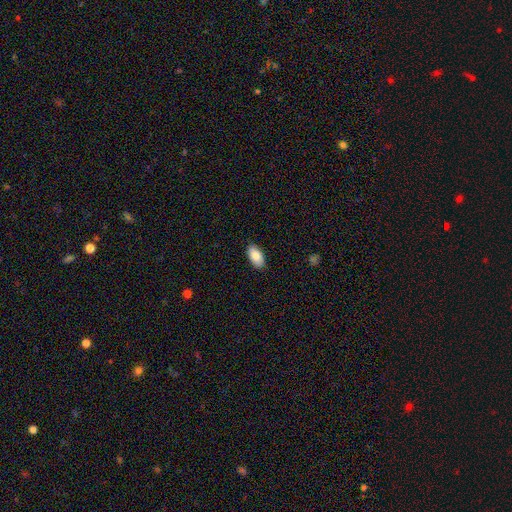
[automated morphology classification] This is clearly a smooth galaxy (84%). How rounded: clearly in between (95%). Merging: clearly none (89%).